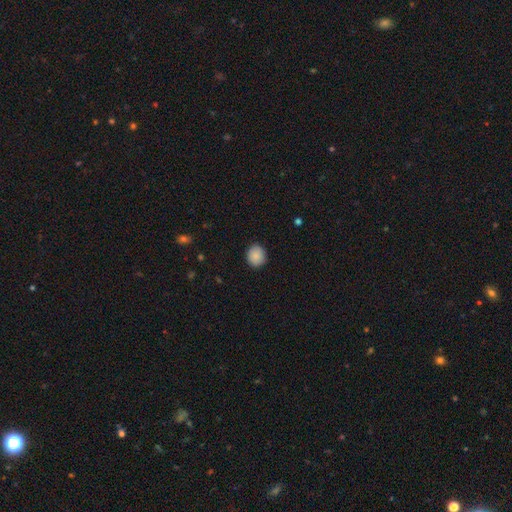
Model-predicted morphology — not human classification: Smooth or featured: smooth — 88% (star or artifact — 8%)
How rounded: round — 78% (in between — 21%)
Merging: none — 89% (minor disturbance — 8%)